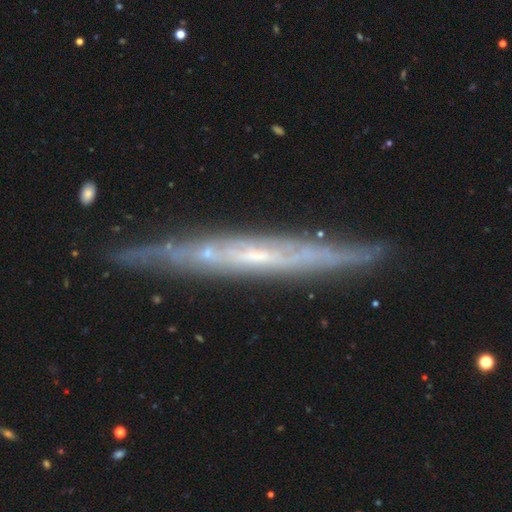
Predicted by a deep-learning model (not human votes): This is likely a featured or disk galaxy (78%). It is clearly viewed edge-on (86%). Edge-on bulge: likely none (74%). Merging: clearly none (83%).